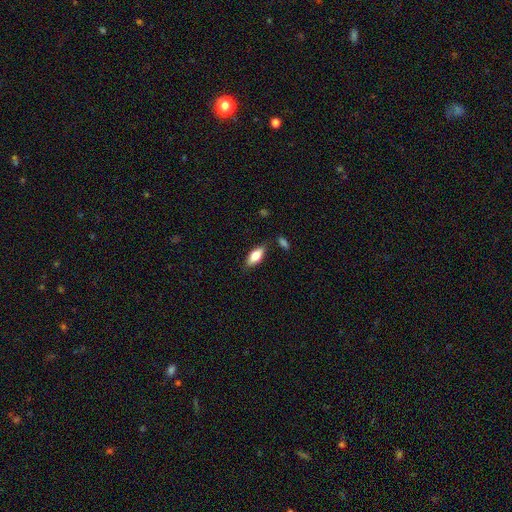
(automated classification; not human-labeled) The model was most divided on "smooth or featured": smooth: 75%, featured or disk: 19%, star or artifact: 6%. More confident: how rounded — in between (81%); merging — none (80%).